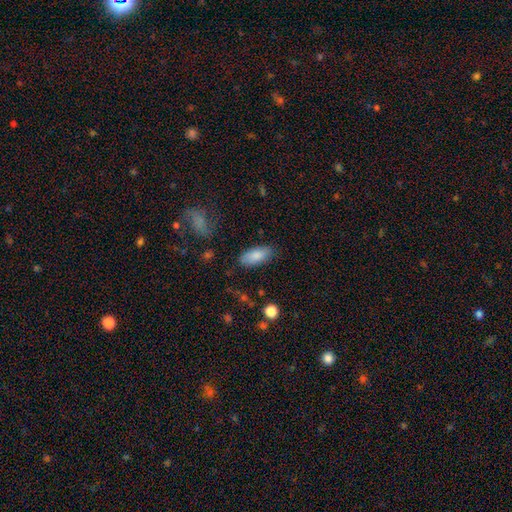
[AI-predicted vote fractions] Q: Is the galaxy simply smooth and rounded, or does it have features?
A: smooth — 85%.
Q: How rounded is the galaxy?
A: in between — 89%.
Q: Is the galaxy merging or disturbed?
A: none — 82%.